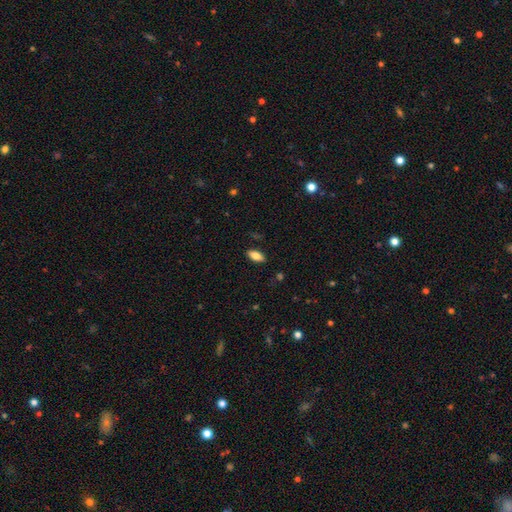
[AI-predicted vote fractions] Smooth or featured? Predicted: smooth (p=0.81). How rounded? Predicted: in between (p=0.87). Merging? Predicted: none (p=0.88).